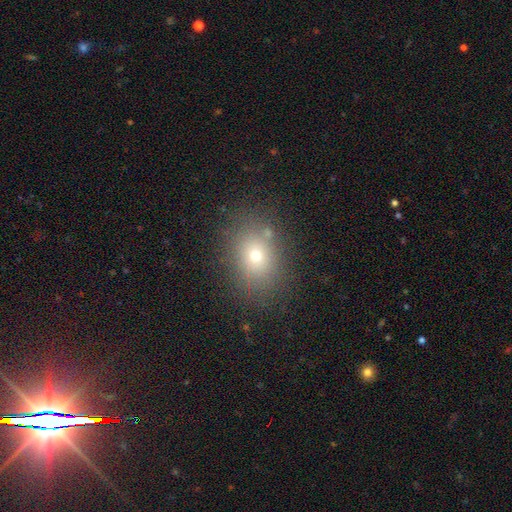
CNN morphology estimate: This appears to be a smooth galaxy with no disk features (67%) that is in between round and cigar-shaped (56%). Merging: none (81%).